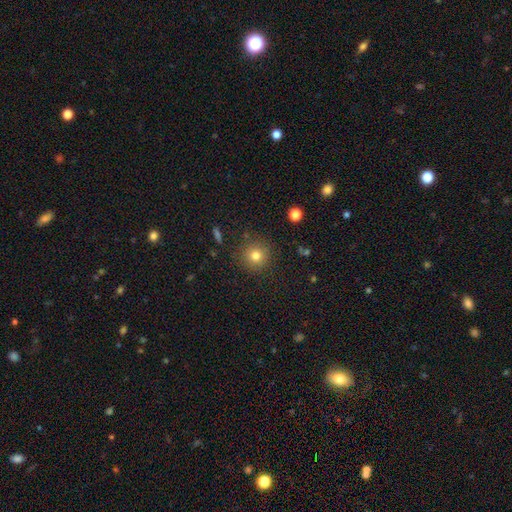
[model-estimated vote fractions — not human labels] This is likely a smooth galaxy (79%). How rounded: clearly round (94%). Merging: clearly none (87%).